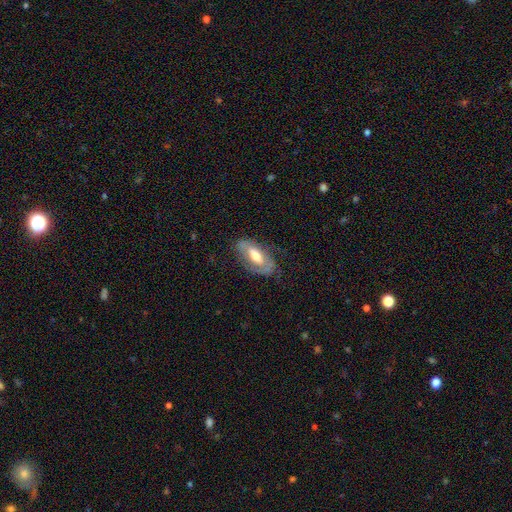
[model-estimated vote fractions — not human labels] Smooth or featured?
  - featured or disk: 55% *
  - smooth: 40%
  - star or artifact: 6%
Edge-on disk?
  - no: 83% *
  - yes: 17%
Merging?
  - none: 67% *
  - minor disturbance: 22%
  - major disturbance: 9%
  - merger: 1%